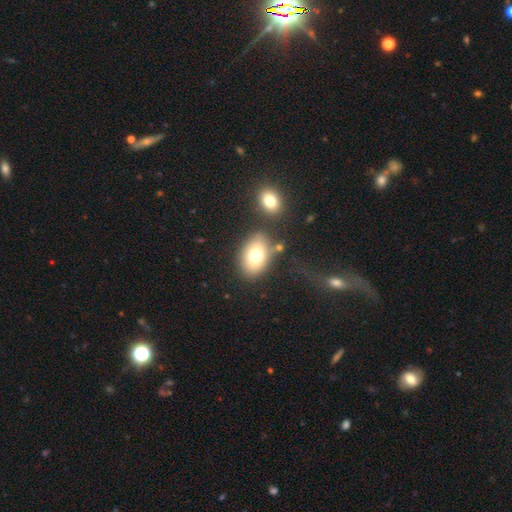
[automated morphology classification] The model was most divided on "merging": none: 69%, minor disturbance: 14%, merger: 10%, major disturbance: 6%. More confident: how rounded — in between (80%); smooth or featured — smooth (73%).